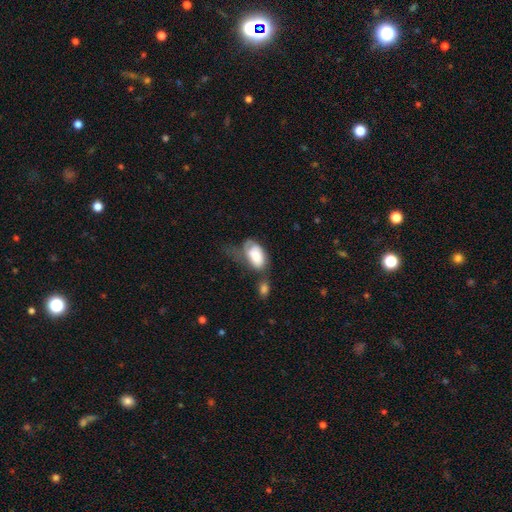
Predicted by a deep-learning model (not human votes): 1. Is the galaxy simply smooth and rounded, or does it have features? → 73% smooth, 20% featured or disk, 6% star or artifact.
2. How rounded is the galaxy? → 93% in between, 4% round, 3% cigar-shaped.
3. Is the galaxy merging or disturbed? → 36% major disturbance, 24% merger, 23% minor disturbance, 18% none.